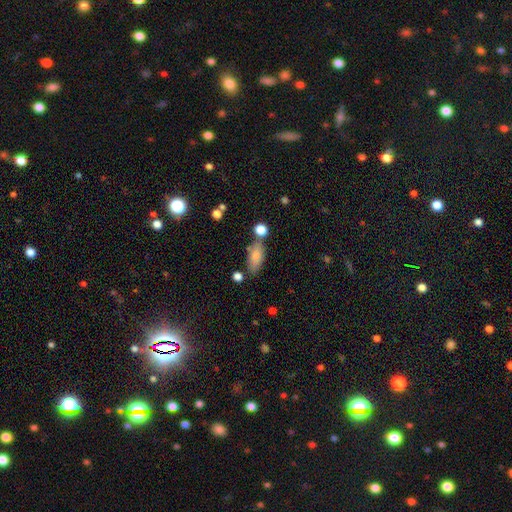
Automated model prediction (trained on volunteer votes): Smooth or featured?
  - smooth: 81% *
  - featured or disk: 11%
  - star or artifact: 8%
How rounded?
  - in between: 80% *
  - cigar-shaped: 17%
  - round: 3%
Merging?
  - none: 68% *
  - minor disturbance: 17%
  - merger: 10%
  - major disturbance: 5%